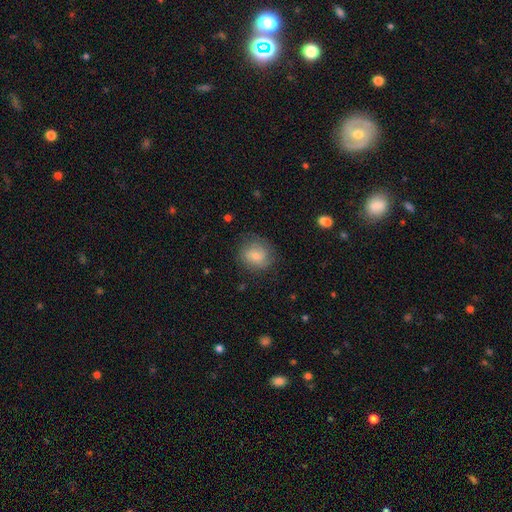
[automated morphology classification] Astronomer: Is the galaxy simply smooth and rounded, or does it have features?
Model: smooth — 64%.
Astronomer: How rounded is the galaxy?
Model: round — 82%.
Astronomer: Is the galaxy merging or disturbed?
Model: none — 74%.